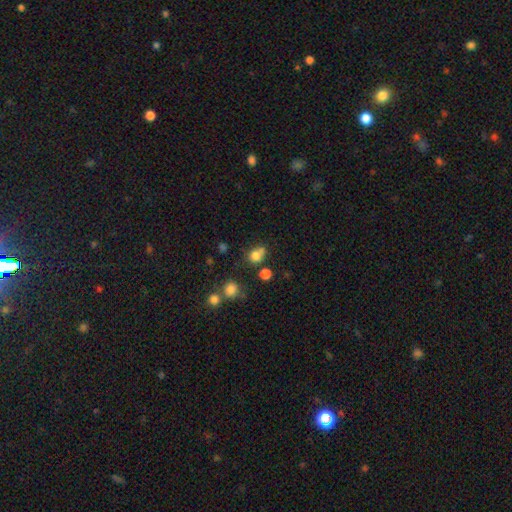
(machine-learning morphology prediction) A smooth galaxy with no disk features (77%) that is round (67%).

Vote fractions:
- Smooth or featured? smooth: 77% / star or artifact: 15% / featured or disk: 8%
- How rounded? round: 67% / in between: 32% / cigar-shaped: 1%
- Merging? none: 49% / merger: 27% / minor disturbance: 17% / major disturbance: 8%